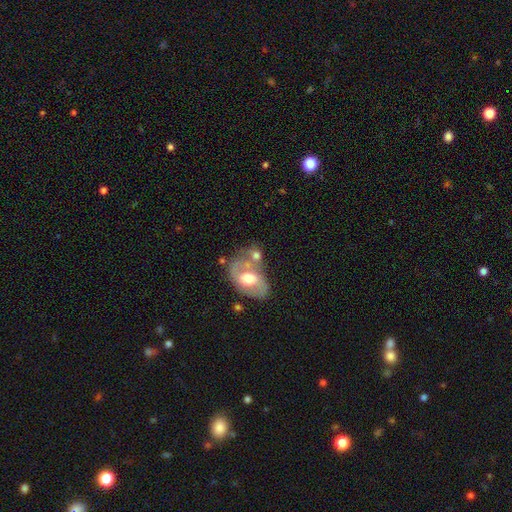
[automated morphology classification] Smooth or featured?
  - featured or disk: 66% *
  - smooth: 24%
  - star or artifact: 10%
Edge-on disk?
  - no: 95% *
  - yes: 5%
Bar?
  - no: 53% *
  - weak: 34%
  - strong: 13%
Spiral arms?
  - yes: 62% *
  - no: 38%
Bulge size?
  - moderate: 70% *
  - large: 14%
  - small: 12%
  - dominant: 2%
  - none: 2%
Merging?
  - none: 41% *
  - merger: 29%
  - minor disturbance: 18%
  - major disturbance: 12%